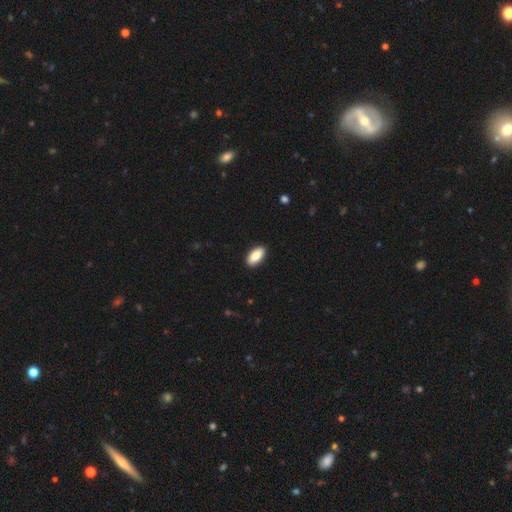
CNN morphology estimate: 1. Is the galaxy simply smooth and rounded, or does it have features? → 88% smooth, 7% featured or disk, 6% star or artifact.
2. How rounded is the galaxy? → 92% in between, 6% cigar-shaped, 2% round.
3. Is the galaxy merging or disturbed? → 90% none, 8% minor disturbance, 2% major disturbance, 1% merger.